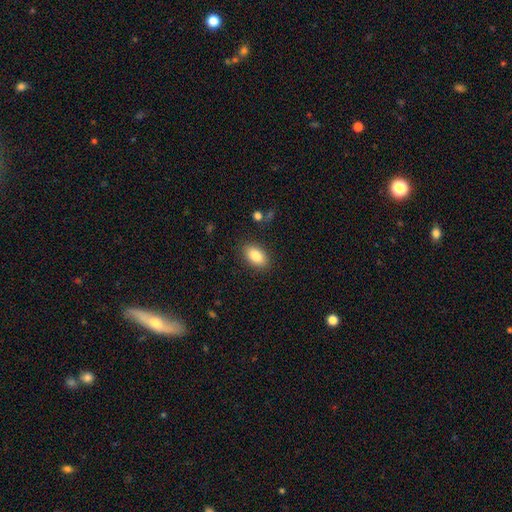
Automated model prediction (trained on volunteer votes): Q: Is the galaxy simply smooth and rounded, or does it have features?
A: smooth — 86%.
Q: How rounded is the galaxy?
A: in between — 91%.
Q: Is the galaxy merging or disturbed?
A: none — 87%.